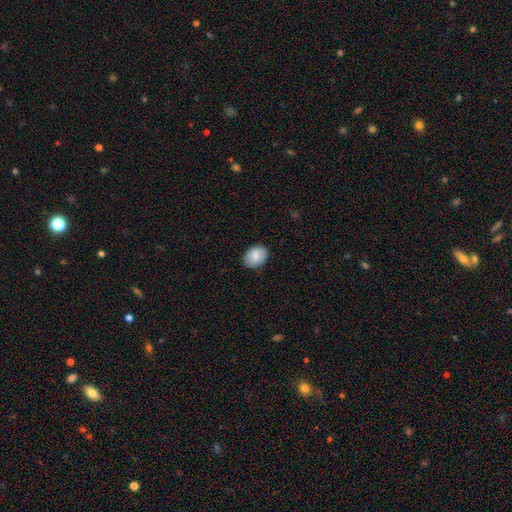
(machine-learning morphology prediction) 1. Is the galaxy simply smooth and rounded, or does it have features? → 86% smooth, 7% featured or disk, 7% star or artifact.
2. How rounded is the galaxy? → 74% in between, 25% round, 1% cigar-shaped.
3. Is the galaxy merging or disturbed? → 87% none, 10% minor disturbance, 2% major disturbance, 1% merger.